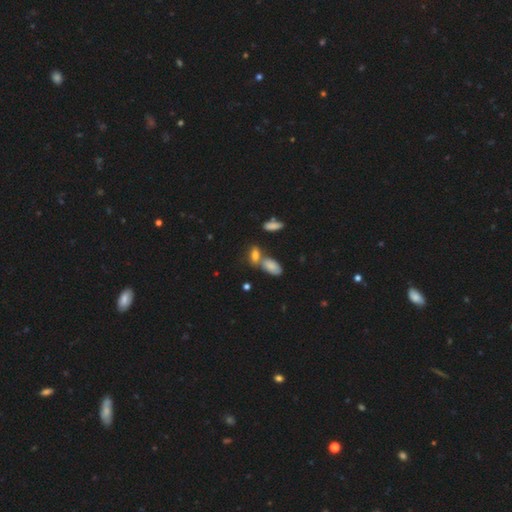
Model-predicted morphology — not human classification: smooth 70%, featured or disk 16%, star or artifact 14%. Down the decision tree: how rounded — in between (80%); merging — none (46%).